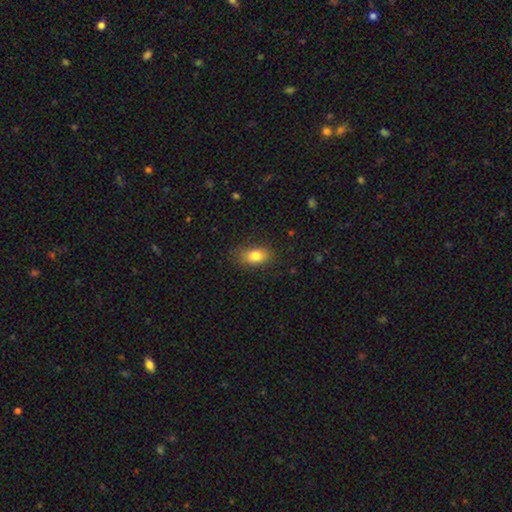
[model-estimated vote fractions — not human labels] This appears to be a smooth galaxy with no disk features (81%) that is in between round and cigar-shaped (86%). Merging: none (82%).